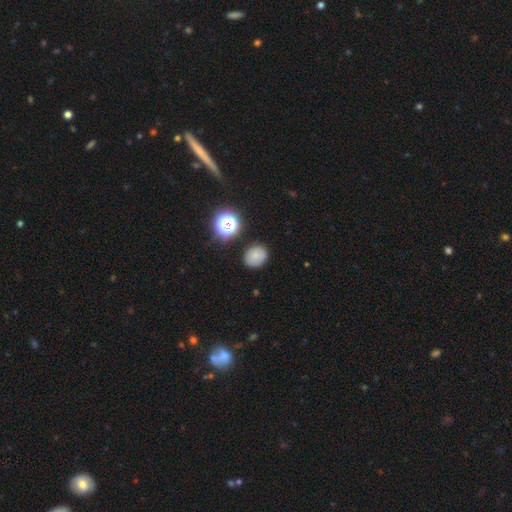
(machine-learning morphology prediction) smooth-or-featured: smooth: 74% | star or artifact: 14% | featured or disk: 12%
  how-rounded: round: 65% | in between: 34% | cigar-shaped: 1%
  merging: none: 80% | minor disturbance: 14% | major disturbance: 3% | merger: 3%